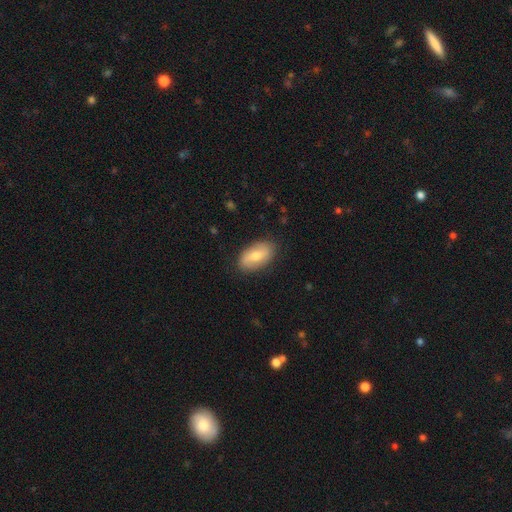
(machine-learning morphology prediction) This appears to be a smooth galaxy with no disk features (58%) that is in between round and cigar-shaped (93%). Merging: none (85%).